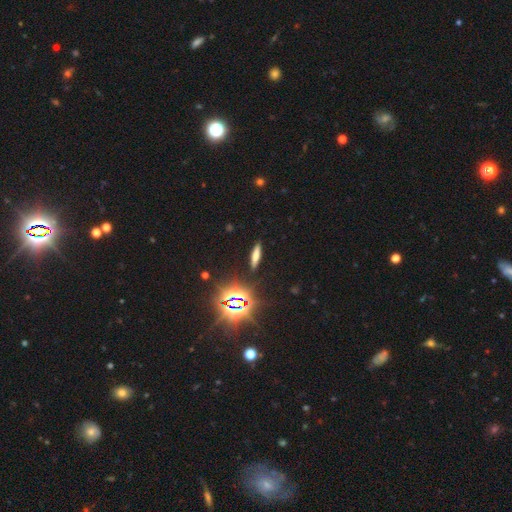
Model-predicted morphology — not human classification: A smooth galaxy with no disk features (56%) that is cigar-shaped (76%).

Vote fractions:
- Smooth or featured? smooth: 56% / star or artifact: 27% / featured or disk: 16%
- How rounded? cigar-shaped: 76% / in between: 19% / round: 4%
- Merging? none: 90% / minor disturbance: 6% / major disturbance: 2% / merger: 2%